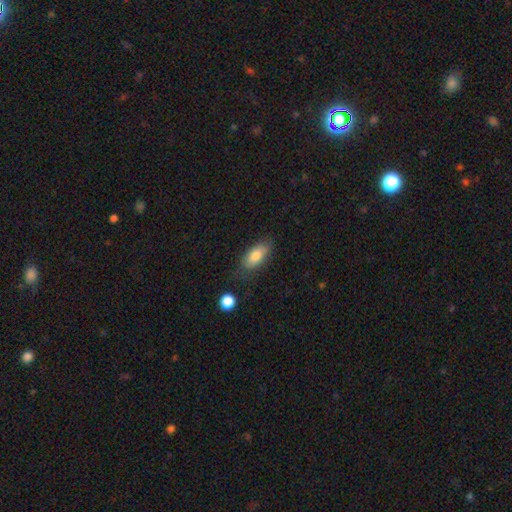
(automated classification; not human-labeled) Overall: smooth (79%). How rounded: in between (87%). Merging: none (72%).